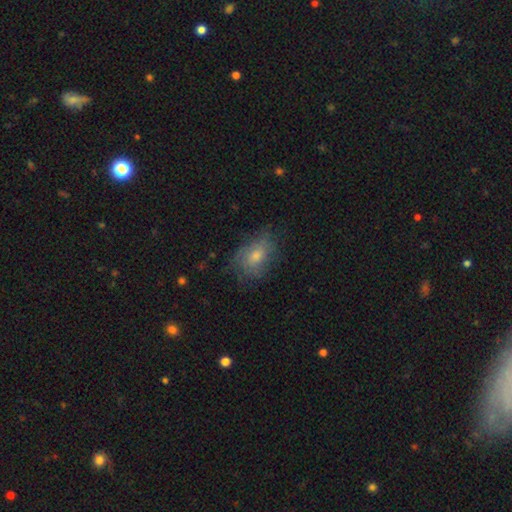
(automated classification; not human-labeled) Smooth or featured? Predicted: smooth (p=0.53). How rounded? Predicted: in between (p=0.76). Merging? Predicted: none (p=0.62).